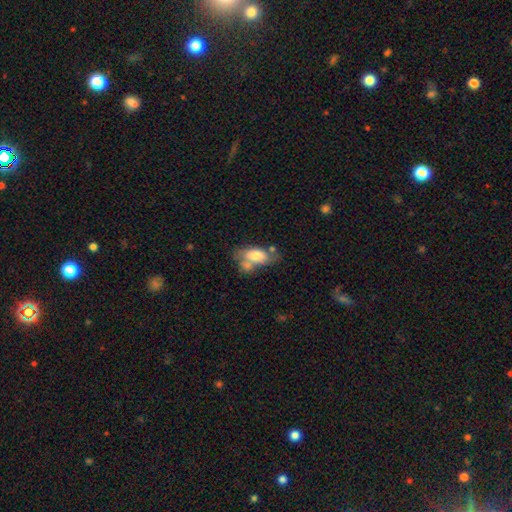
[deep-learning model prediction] A smooth galaxy with no disk features (69%) that is in between round and cigar-shaped (89%).

Vote fractions:
- Smooth or featured? smooth: 69% / featured or disk: 24% / star or artifact: 7%
- How rounded? in between: 89% / cigar-shaped: 6% / round: 5%
- Merging? none: 37% / merger: 35% / minor disturbance: 19% / major disturbance: 9%